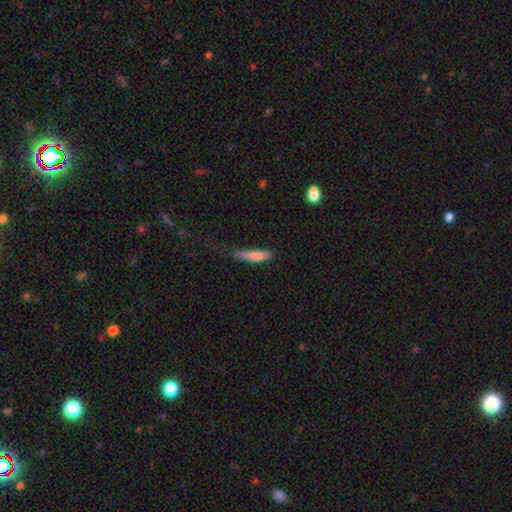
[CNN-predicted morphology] Smooth or featured?
  - smooth: 77% *
  - featured or disk: 17%
  - star or artifact: 6%
How rounded?
  - cigar-shaped: 83% *
  - in between: 15%
  - round: 2%
Merging?
  - none: 43% *
  - minor disturbance: 38%
  - major disturbance: 16%
  - merger: 3%